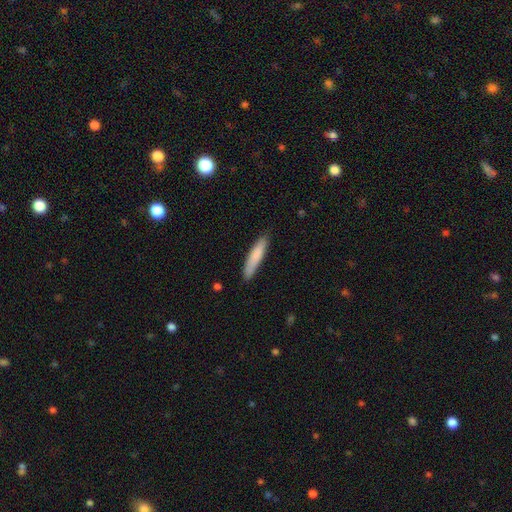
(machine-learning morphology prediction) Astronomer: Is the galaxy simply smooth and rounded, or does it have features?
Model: smooth — 80%.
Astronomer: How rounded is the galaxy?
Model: cigar-shaped — 85%.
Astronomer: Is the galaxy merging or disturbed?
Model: none — 84%.